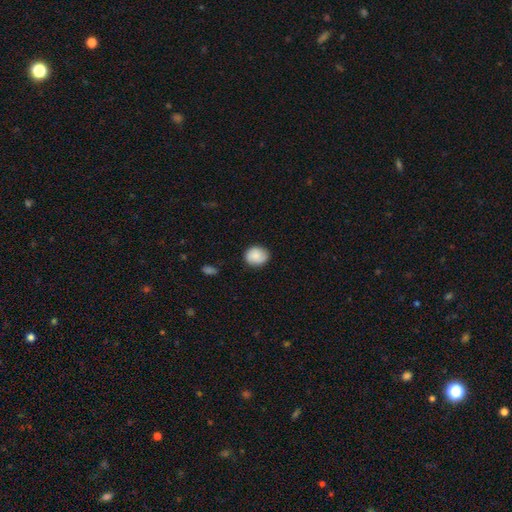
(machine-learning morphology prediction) Q: Smooth or featured?
A: smooth (83%); runner-up: featured or disk (9%)
Q: How rounded?
A: round (66%); runner-up: in between (33%)
Q: Merging?
A: none (83%); runner-up: minor disturbance (13%)